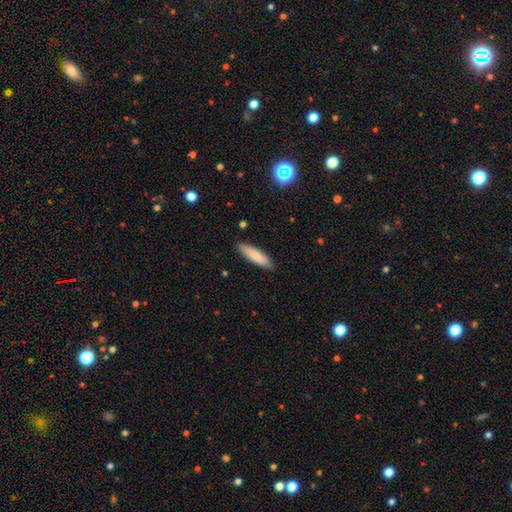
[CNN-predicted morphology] A smooth galaxy with no disk features (83%) that is cigar-shaped (63%). Merging: none (87%).